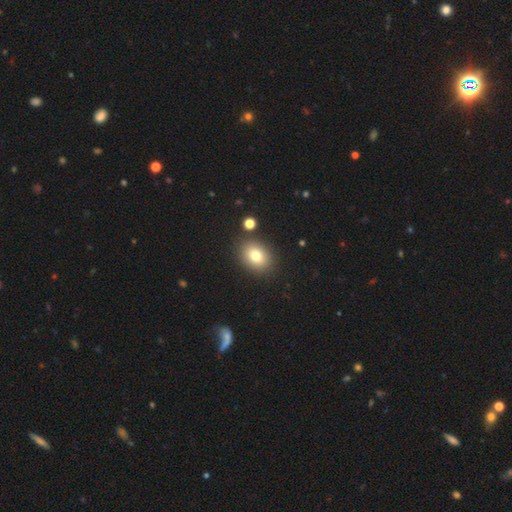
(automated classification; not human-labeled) smooth_or_featured: smooth (p=0.78) [alt: star or artifact p=0.11]
how_rounded: in between (p=0.56) [alt: round p=0.43]
merging: none (p=0.85) [alt: minor disturbance p=0.08]